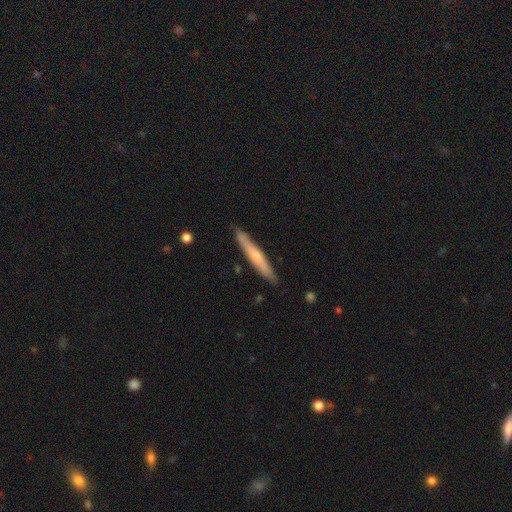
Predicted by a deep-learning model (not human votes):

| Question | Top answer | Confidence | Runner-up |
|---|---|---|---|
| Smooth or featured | smooth | 51% | featured or disk (43%) |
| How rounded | cigar-shaped | 95% | in between (4%) |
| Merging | none | 87% | minor disturbance (9%) |